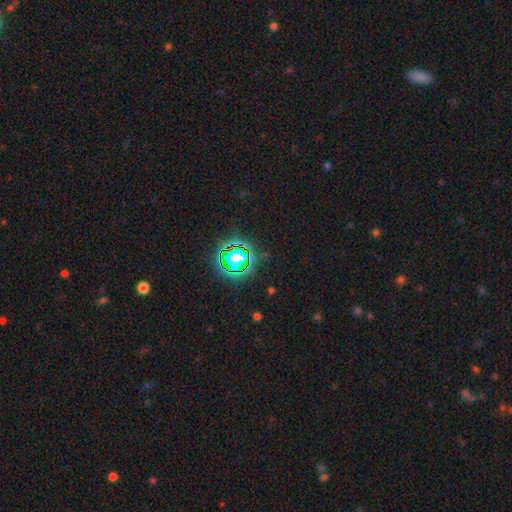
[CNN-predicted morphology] A star or artifact, not a galaxy (79%).